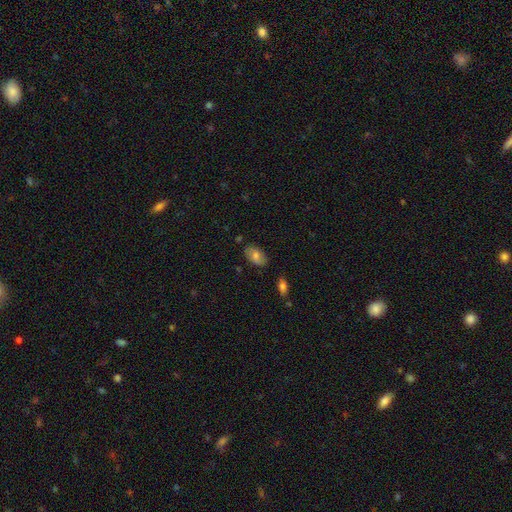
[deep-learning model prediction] Q: Smooth or featured?
A: smooth (69%); runner-up: featured or disk (23%)
Q: How rounded?
A: in between (92%); runner-up: round (6%)
Q: Merging?
A: none (81%); runner-up: minor disturbance (14%)